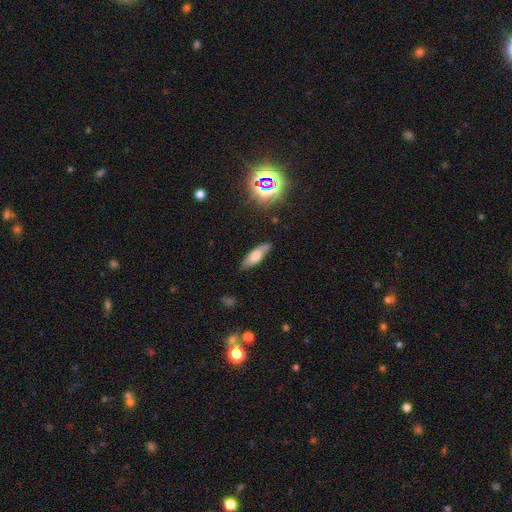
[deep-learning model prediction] The model was most divided on "how rounded": in between: 52%, cigar-shaped: 46%, round: 3%. More confident: merging — none (81%); smooth or featured — smooth (63%).